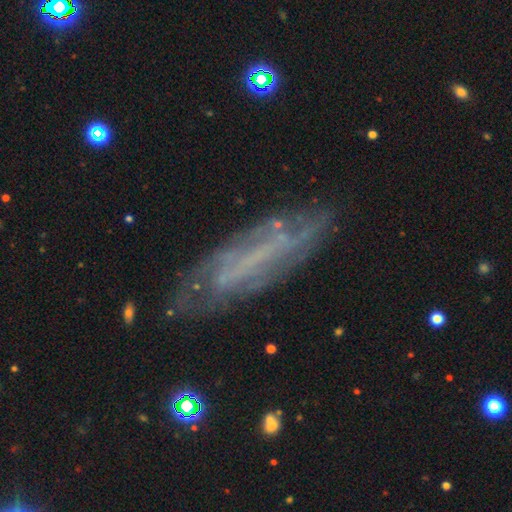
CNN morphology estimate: This appears to be a featured or disk galaxy (70%). Merging: none (67%).